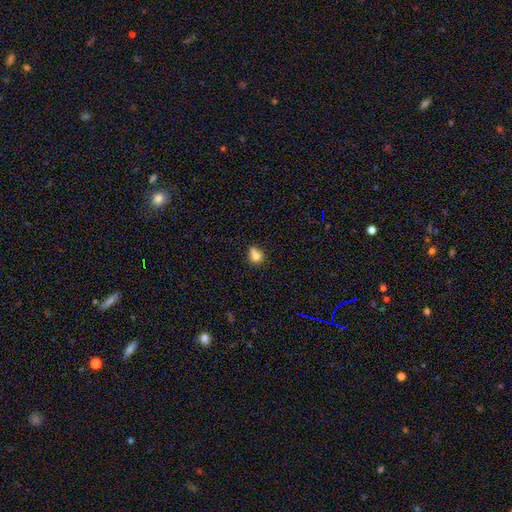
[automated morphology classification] Q: Smooth or featured?
A: smooth (76%); runner-up: featured or disk (12%)
Q: How rounded?
A: round (65%); runner-up: in between (34%)
Q: Merging?
A: none (45%); runner-up: minor disturbance (25%)